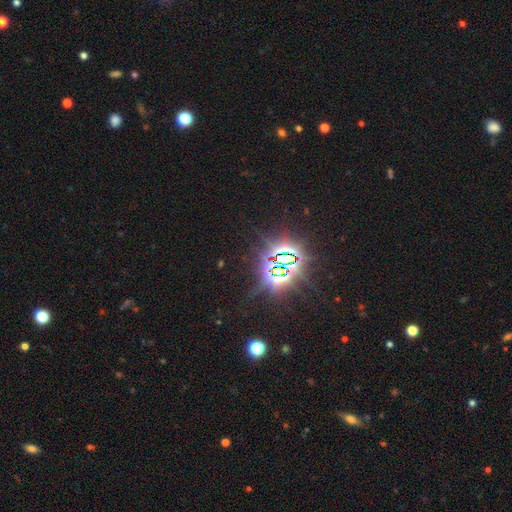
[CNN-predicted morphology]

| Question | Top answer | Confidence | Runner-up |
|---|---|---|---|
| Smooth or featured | star or artifact | 83% | smooth (10%) |